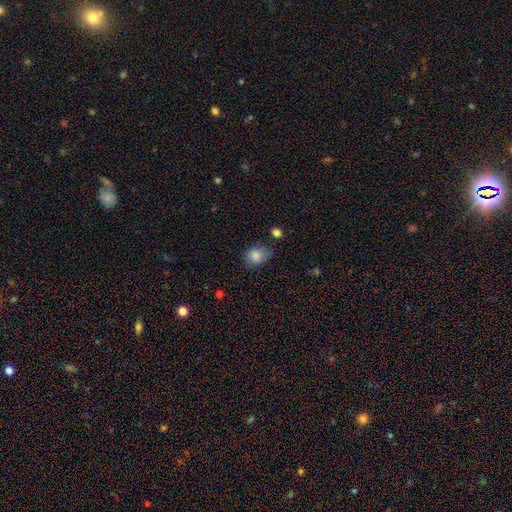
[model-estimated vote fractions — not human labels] Q: Smooth or featured?
A: smooth (83%); runner-up: star or artifact (9%)
Q: How rounded?
A: in between (51%); runner-up: round (48%)
Q: Merging?
A: none (63%); runner-up: minor disturbance (26%)